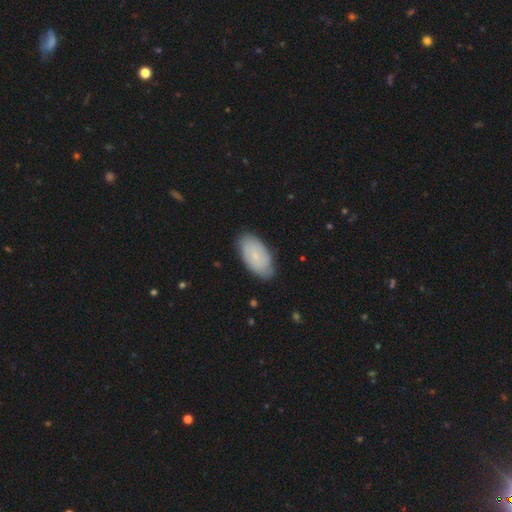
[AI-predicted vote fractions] Overall: smooth (62%; featured or disk 32%). How rounded: in between (94%). Merging: none (83%).